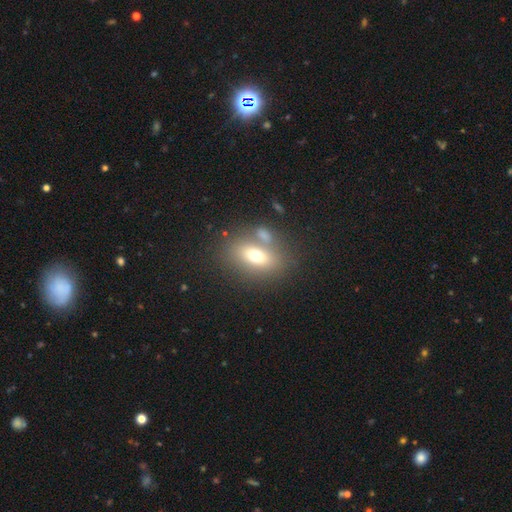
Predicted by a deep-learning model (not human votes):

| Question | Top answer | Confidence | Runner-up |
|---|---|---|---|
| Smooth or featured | smooth | 67% | featured or disk (21%) |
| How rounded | in between | 76% | round (20%) |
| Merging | none | 60% | merger (21%) |